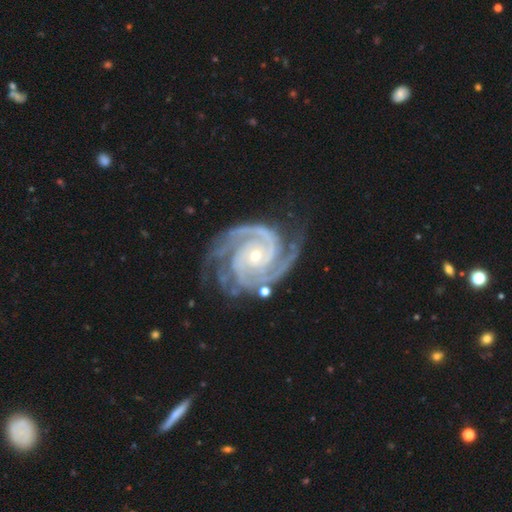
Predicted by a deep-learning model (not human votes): This is clearly a featured or disk galaxy (94%). It is clearly not viewed edge-on (98%). Bar: likely no (68%). Spiral arm pattern: clearly yes (99%). Spiral arm count: marginally 2 (39%). Spiral winding: likely tight (69%). Central bulge: likely small (62%). Merging: likely none (70%).